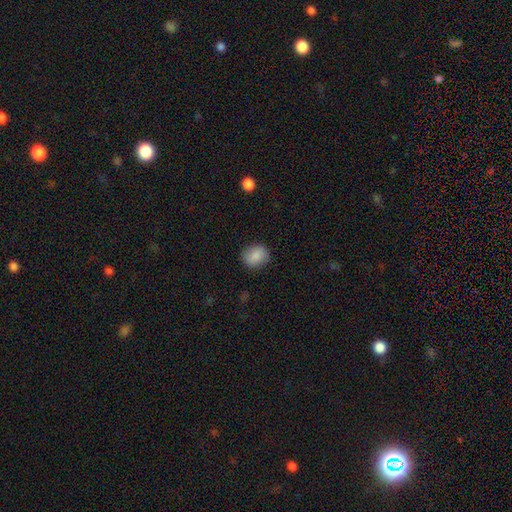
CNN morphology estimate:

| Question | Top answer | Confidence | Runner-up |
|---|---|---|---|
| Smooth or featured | smooth | 87% | star or artifact (8%) |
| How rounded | round | 60% | in between (39%) |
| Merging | none | 85% | minor disturbance (11%) |